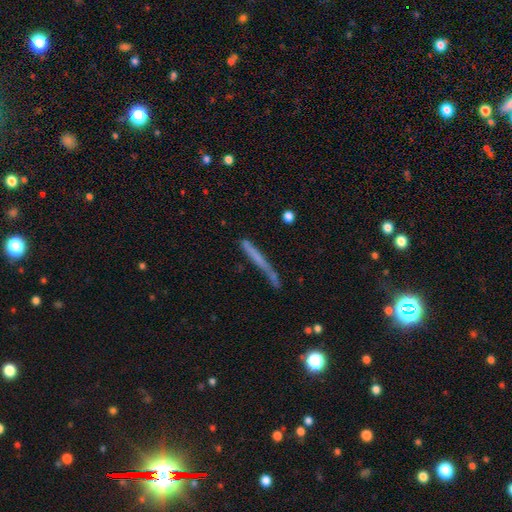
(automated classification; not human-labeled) Morphology: type=smooth (52%); roundness=cigar-shaped (96%); merging=none (61%).